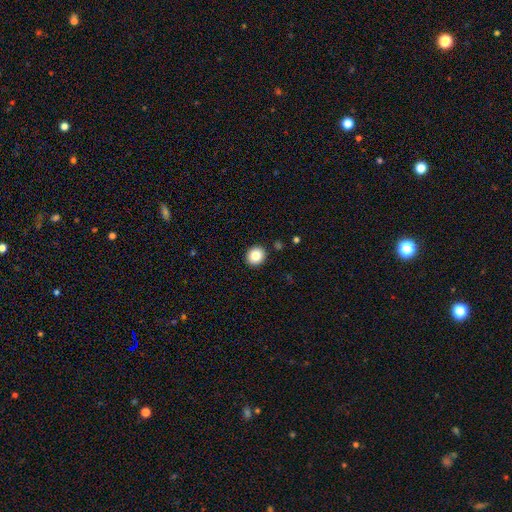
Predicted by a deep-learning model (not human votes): Overall: smooth (84%). How rounded: round (82%). Merging: none (91%).